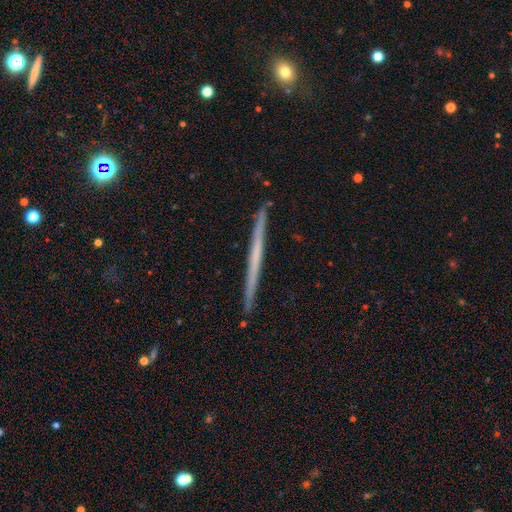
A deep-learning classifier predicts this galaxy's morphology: smooth_or_featured: featured or disk (p=0.56) [alt: smooth p=0.38]
disk_edge_on: yes (p=0.98) [alt: no p=0.02]
edge_on_bulge: none (p=0.91) [alt: rounded p=0.06]
merging: none (p=0.92) [alt: minor disturbance p=0.06]